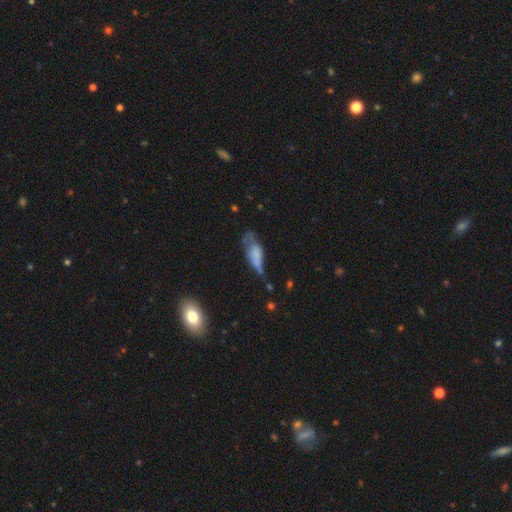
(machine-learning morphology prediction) type=smooth (54%); roundness=in between (70%); merging=major disturbance (36%).